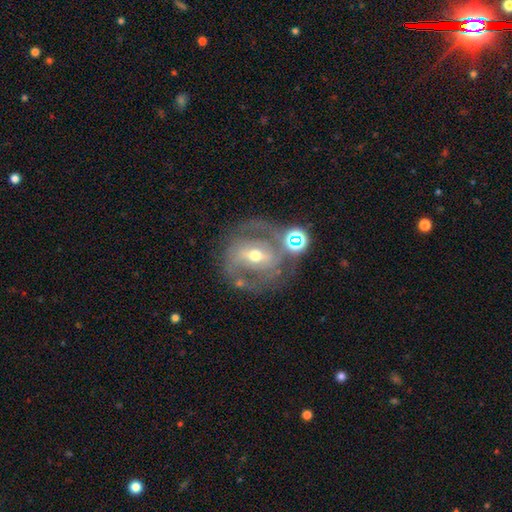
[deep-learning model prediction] Overall: featured or disk (77%). Edge-on disk: no (95%). Bar: strong (41%; weak 39%). Spiral arms: yes (74%). Spiral arm count: 2 (67%). Spiral winding: tight (43%; medium 42%). Bulge size: moderate (63%; small 31%). Merging: none (60%).